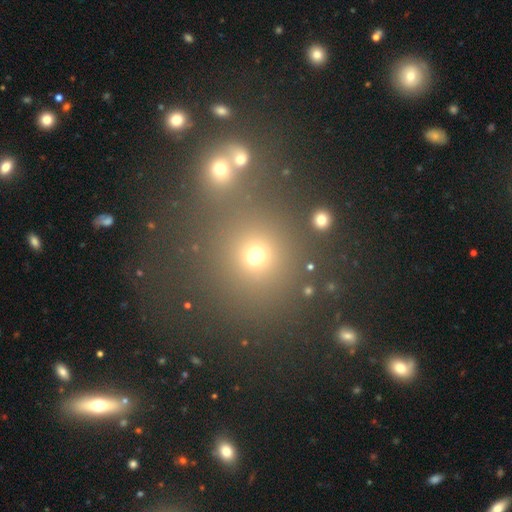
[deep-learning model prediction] A smooth galaxy with no disk features (63%) that is round (86%). Merging: none (64%).